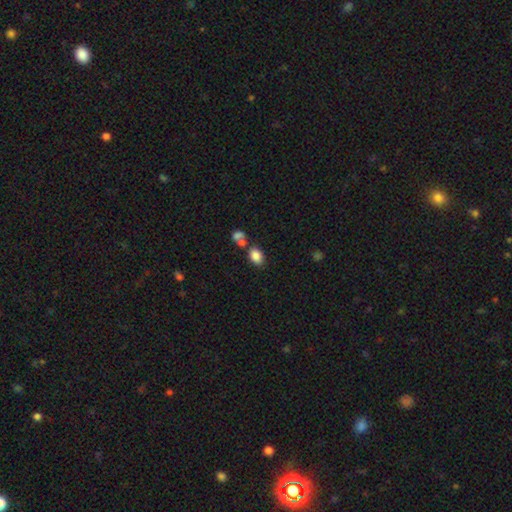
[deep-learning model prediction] Smooth or featured? Predicted: smooth (p=0.84). How rounded? Predicted: in between (p=0.83). Merging? Predicted: none (p=0.61).